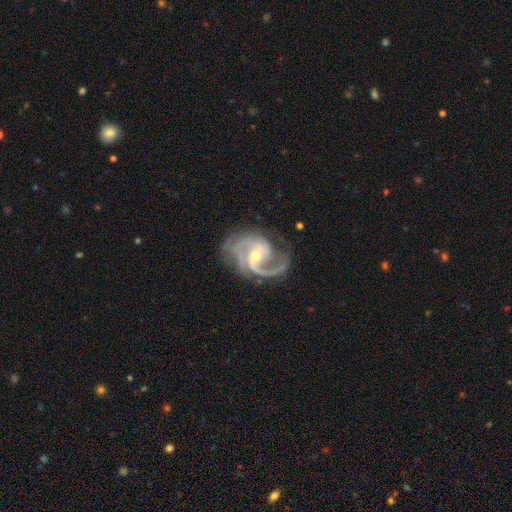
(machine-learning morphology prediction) smooth-or-featured: featured or disk: 93% | star or artifact: 4% | smooth: 3%
  disk-edge-on: no: 98% | yes: 2%
    bar: weak: 43% | no: 40% | strong: 17%
    has-spiral-arms: yes: 98% | no: 2%
      spiral-winding: medium: 56% | loose: 22% | tight: 21%
      spiral-arm-count: 2: 60% | 3: 18% | 1: 8% | can't tell: 7% | 4: 4% | more than 4: 4%
    bulge-size: small: 53% | moderate: 44% | large: 1% | none: 1% | dominant: 1%
  merging: none: 63% | minor disturbance: 20% | major disturbance: 15% | merger: 2%